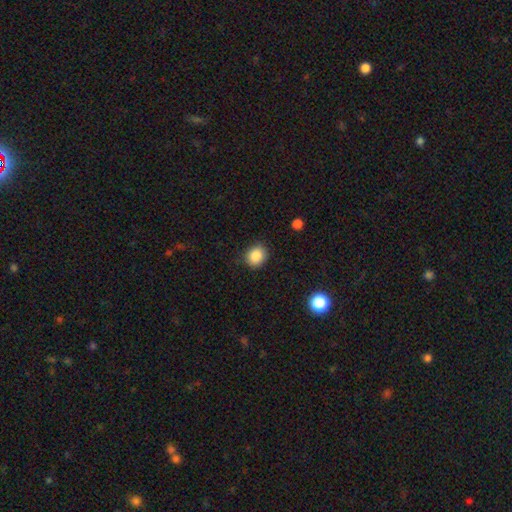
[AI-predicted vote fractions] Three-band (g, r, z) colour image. It shows a smooth galaxy with no disk features (86%) that is round (64%). Merging: none (85%).